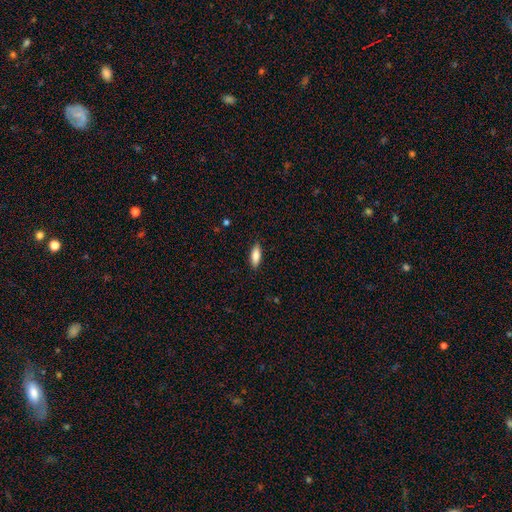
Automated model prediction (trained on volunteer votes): This appears to be a smooth galaxy with no disk features (85%) that is in between round and cigar-shaped (68%). Merging: none (87%).